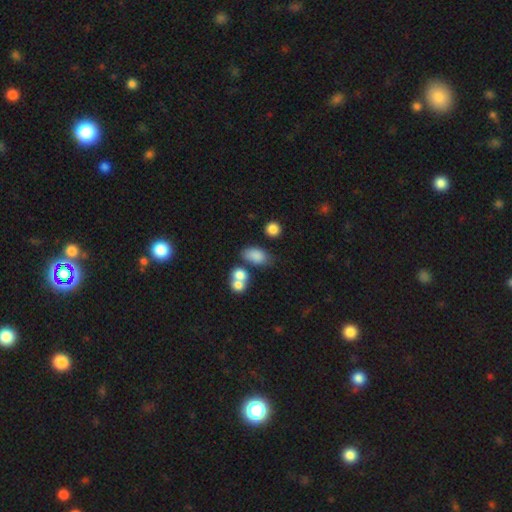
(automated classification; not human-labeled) A smooth galaxy with no disk features (80%) that is in between round and cigar-shaped (85%).

Vote fractions:
- Smooth or featured? smooth: 80% / star or artifact: 10% / featured or disk: 9%
- How rounded? in between: 85% / round: 13% / cigar-shaped: 3%
- Merging? none: 54% / merger: 24% / minor disturbance: 16% / major disturbance: 6%